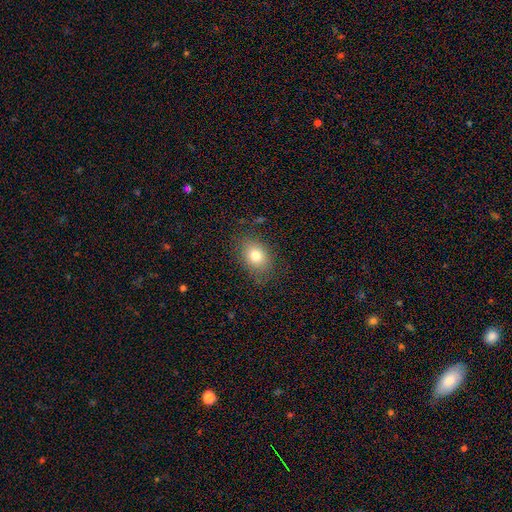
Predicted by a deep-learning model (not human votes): smooth-or-featured: smooth: 78% | featured or disk: 11% | star or artifact: 11%
  how-rounded: in between: 66% | round: 33% | cigar-shaped: 1%
  merging: none: 81% | minor disturbance: 14% | major disturbance: 4% | merger: 1%